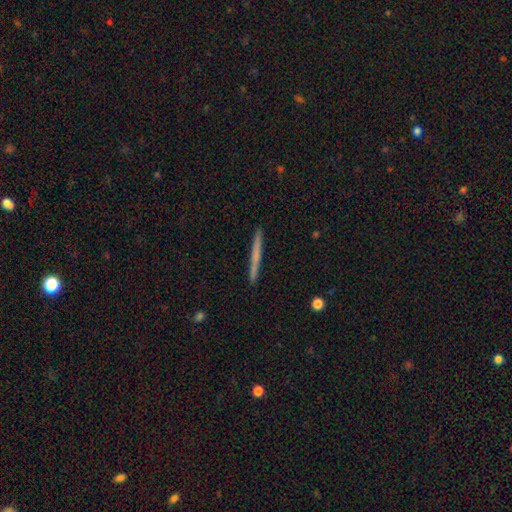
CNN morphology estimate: Smooth or featured?
  - smooth: 57% *
  - featured or disk: 38%
  - star or artifact: 6%
How rounded?
  - cigar-shaped: 97% *
  - in between: 2%
  - round: 1%
Merging?
  - none: 93% *
  - minor disturbance: 5%
  - major disturbance: 1%
  - merger: 1%